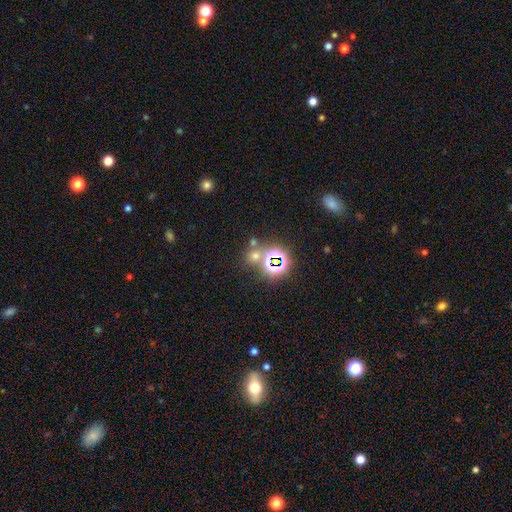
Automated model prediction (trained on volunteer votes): A smooth galaxy with no disk features (46%, tied with star or artifact).

Vote fractions:
- Smooth or featured? smooth: 46% (tied) / star or artifact: 46% (tied) / featured or disk: 8%
- Merging? none: 65% / merger: 22% / minor disturbance: 8% / major disturbance: 5%